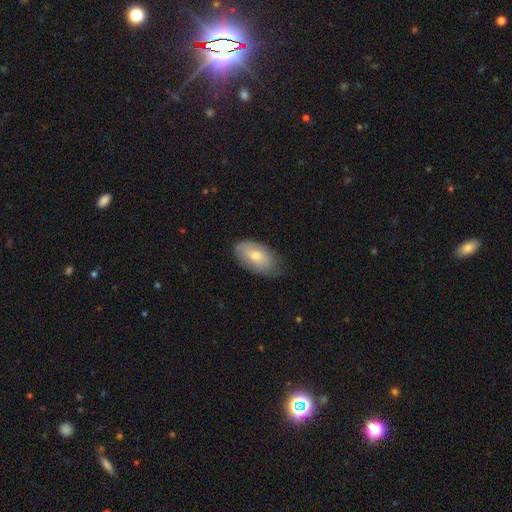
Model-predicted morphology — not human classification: A smooth galaxy with no disk features (67%) that is in between round and cigar-shaped (93%). Merging: none (68%).